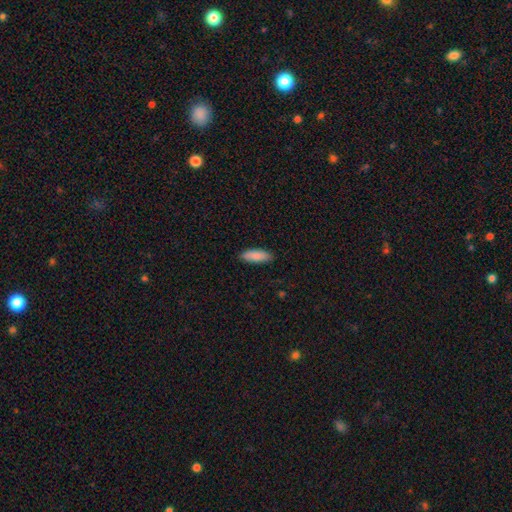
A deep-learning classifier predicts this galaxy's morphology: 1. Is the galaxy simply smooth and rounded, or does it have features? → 88% smooth, 6% featured or disk, 6% star or artifact.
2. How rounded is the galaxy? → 62% in between, 37% cigar-shaped, 2% round.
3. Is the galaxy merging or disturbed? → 88% none, 9% minor disturbance, 2% major disturbance, 1% merger.